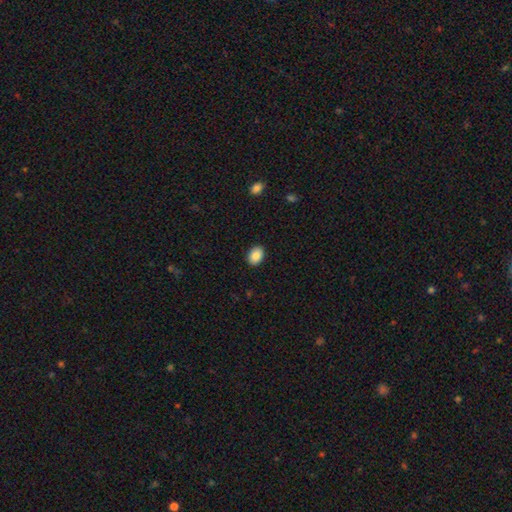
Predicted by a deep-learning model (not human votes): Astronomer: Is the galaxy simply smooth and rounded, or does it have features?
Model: smooth — 87%.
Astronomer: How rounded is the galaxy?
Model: in between — 74%.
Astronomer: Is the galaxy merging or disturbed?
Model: none — 90%.